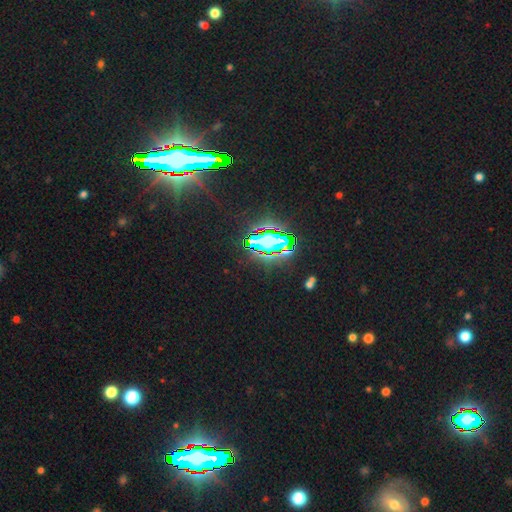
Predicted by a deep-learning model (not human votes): Q: Smooth or featured?
A: star or artifact (85%); runner-up: smooth (8%)